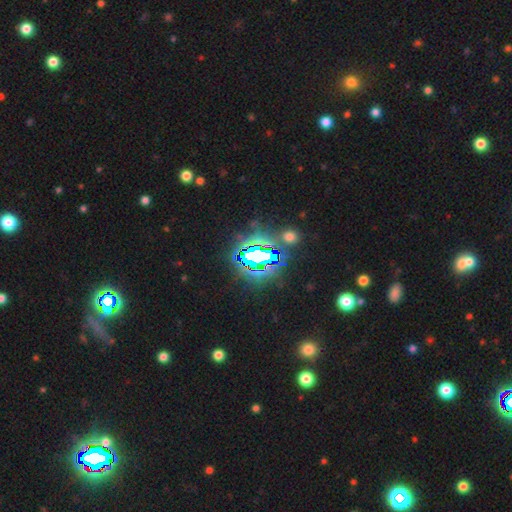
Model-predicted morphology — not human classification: Smooth or featured: star or artifact — 77% (smooth — 12%)